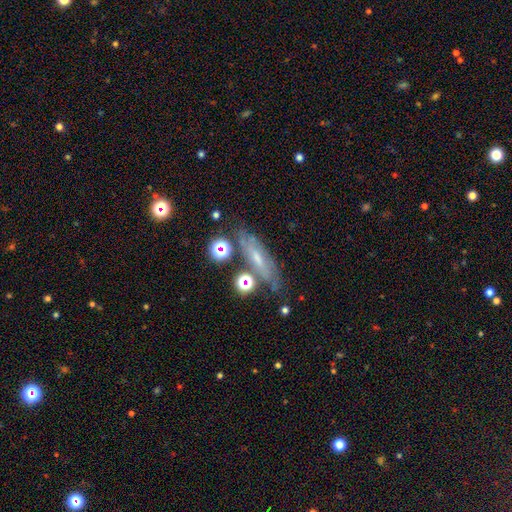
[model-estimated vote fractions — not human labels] The model was most divided on "smooth or featured": featured or disk: 49%, smooth: 30%, star or artifact: 21%. More confident: merging — none (67%).